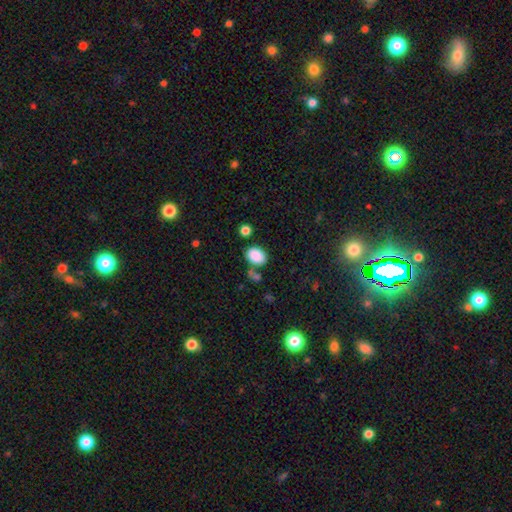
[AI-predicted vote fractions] This appears to be a smooth galaxy with no disk features (87%) that is in between round and cigar-shaped (77%). Merging: none (67%).